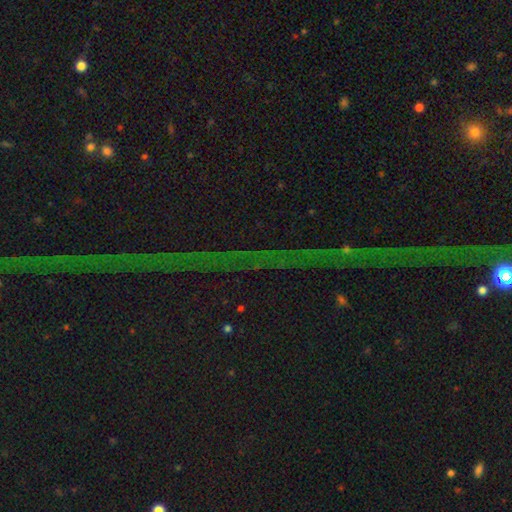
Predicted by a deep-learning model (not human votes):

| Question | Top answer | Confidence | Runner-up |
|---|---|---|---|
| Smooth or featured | star or artifact | 80% | featured or disk (13%) |